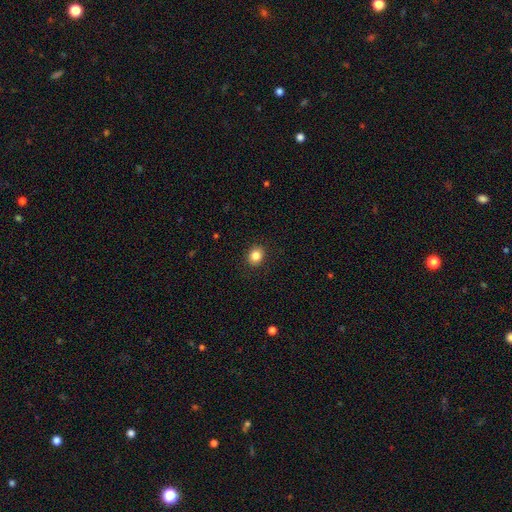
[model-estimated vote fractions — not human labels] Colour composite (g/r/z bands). It shows a smooth galaxy with no disk features (85%) that is round (67%). Merging: none (91%).